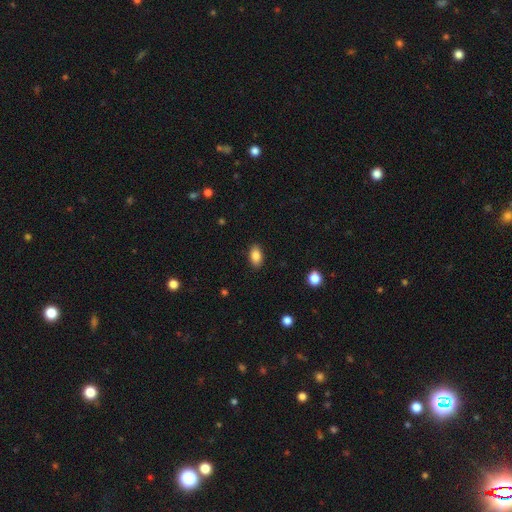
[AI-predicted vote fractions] Smooth or featured?
  - smooth: 86% *
  - star or artifact: 8%
  - featured or disk: 6%
How rounded?
  - in between: 91% *
  - round: 7%
  - cigar-shaped: 2%
Merging?
  - none: 88% *
  - minor disturbance: 8%
  - major disturbance: 2%
  - merger: 1%